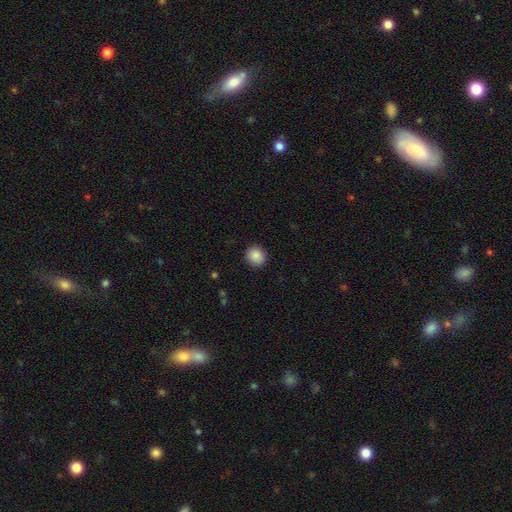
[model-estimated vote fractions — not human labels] This appears to be a smooth galaxy with no disk features (88%) that is round (86%). Merging: none (91%).